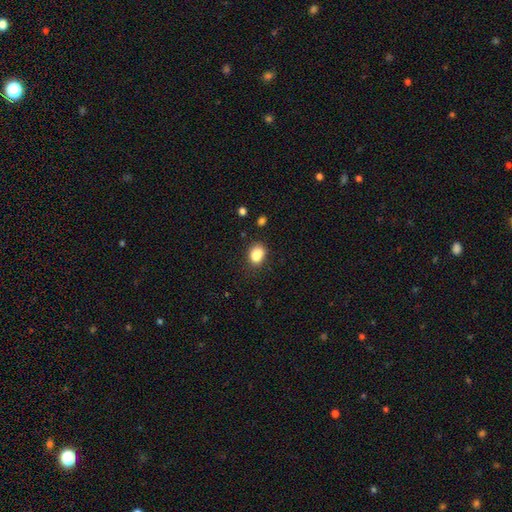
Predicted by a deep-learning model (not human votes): Morphology: type=smooth (83%); roundness=in between (59%); merging=none (63%).